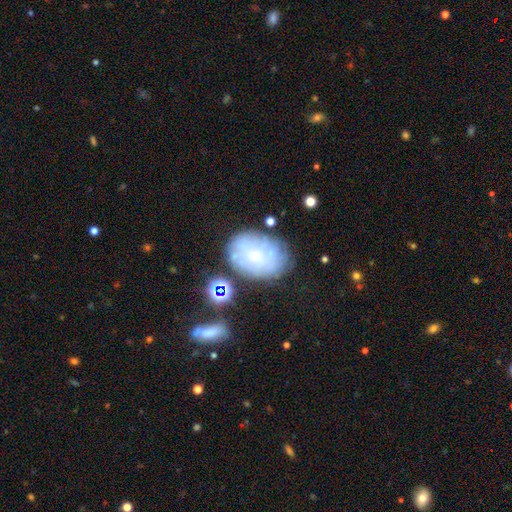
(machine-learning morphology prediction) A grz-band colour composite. It shows a featured or disk galaxy (50%). Merging: none (65%).